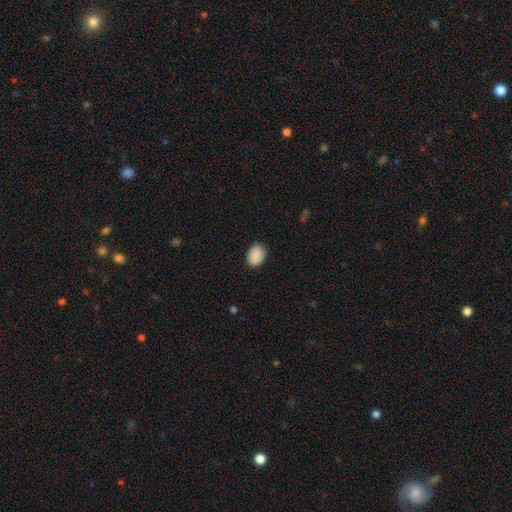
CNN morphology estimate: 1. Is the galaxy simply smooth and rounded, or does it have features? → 89% smooth, 7% star or artifact, 3% featured or disk.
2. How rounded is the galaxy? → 70% in between, 29% round, 1% cigar-shaped.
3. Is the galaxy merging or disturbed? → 82% none, 14% minor disturbance, 3% major disturbance, 1% merger.